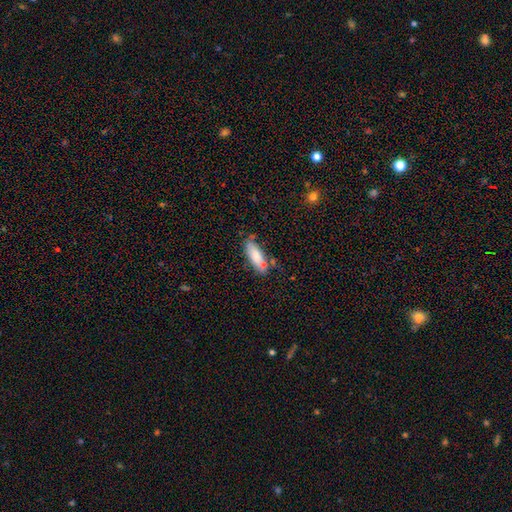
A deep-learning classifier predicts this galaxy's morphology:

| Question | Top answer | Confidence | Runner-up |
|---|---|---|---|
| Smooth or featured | smooth | 78% | featured or disk (16%) |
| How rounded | in between | 67% | cigar-shaped (31%) |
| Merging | none | 66% | minor disturbance (19%) |